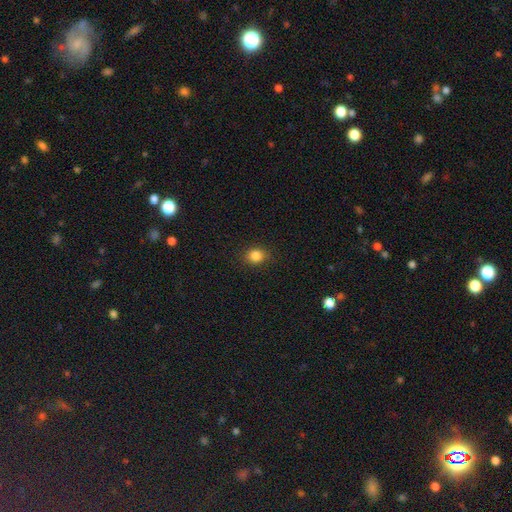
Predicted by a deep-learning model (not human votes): Q: Smooth or featured?
A: smooth (85%); runner-up: star or artifact (11%)
Q: How rounded?
A: round (70%); runner-up: in between (29%)
Q: Merging?
A: none (87%); runner-up: minor disturbance (9%)